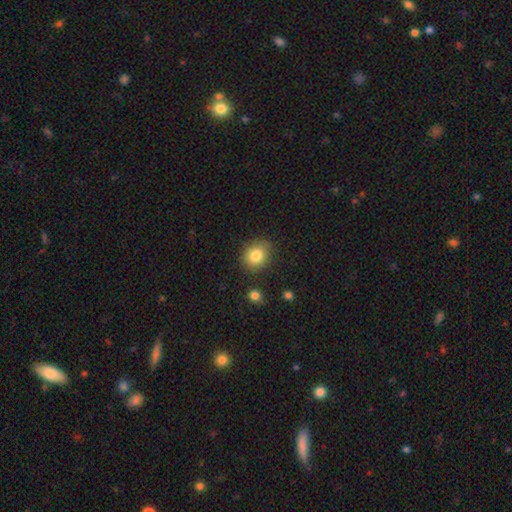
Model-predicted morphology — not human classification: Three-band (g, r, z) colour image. It shows a smooth galaxy with no disk features (83%) that is round (71%). Merging: none (82%).